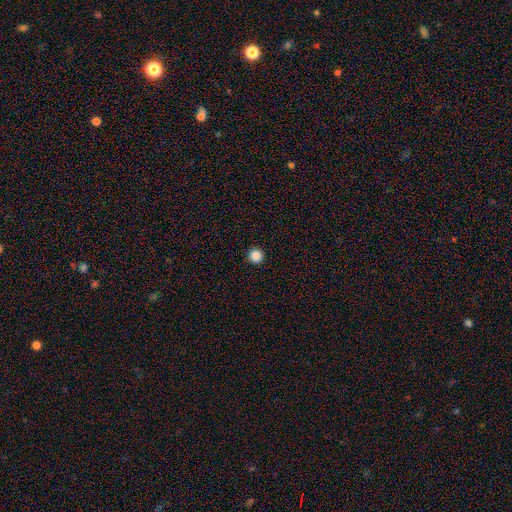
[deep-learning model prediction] Smooth or featured?
  - smooth: 87% *
  - star or artifact: 11%
  - featured or disk: 2%
How rounded?
  - round: 97% *
  - in between: 2%
  - cigar-shaped: 1%
Merging?
  - none: 94% *
  - minor disturbance: 3%
  - major disturbance: 1%
  - merger: 1%